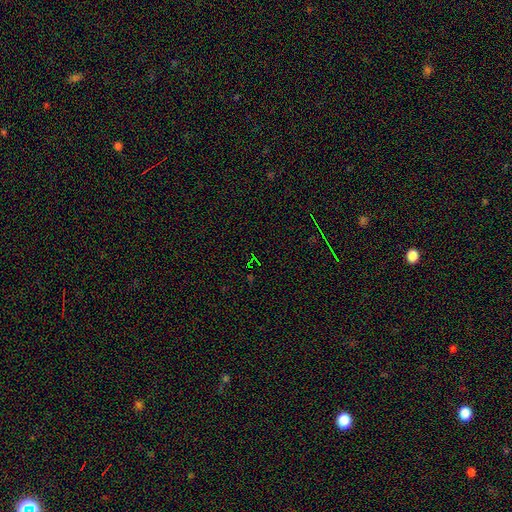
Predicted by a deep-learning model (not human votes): Overall: star or artifact (78%).